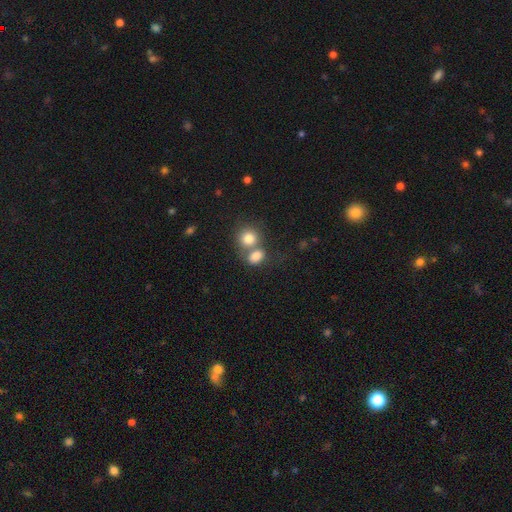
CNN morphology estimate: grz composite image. It shows a smooth galaxy with no disk features (80%) that is in between round and cigar-shaped (55%). Merging: merger (53%).